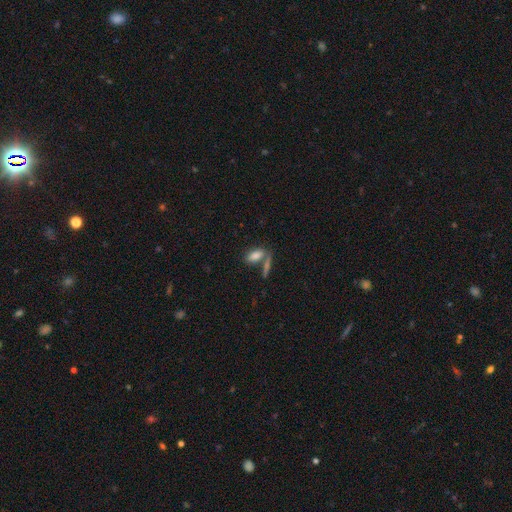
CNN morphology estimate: This appears to be a smooth galaxy with no disk features (80%) that is in between round and cigar-shaped (79%). Merging: none (51%).